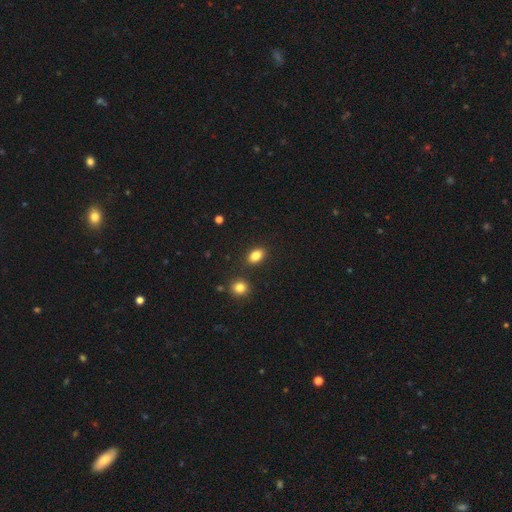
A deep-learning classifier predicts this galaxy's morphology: Overall: smooth (84%). How rounded: in between (83%). Merging: none (85%).